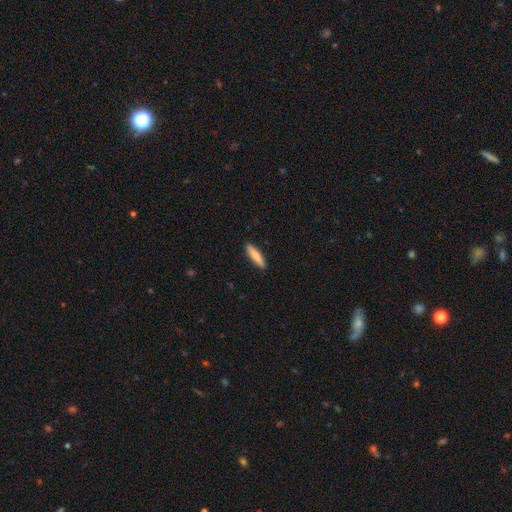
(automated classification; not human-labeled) Overall: smooth (76%). How rounded: cigar-shaped (79%). Merging: none (91%).